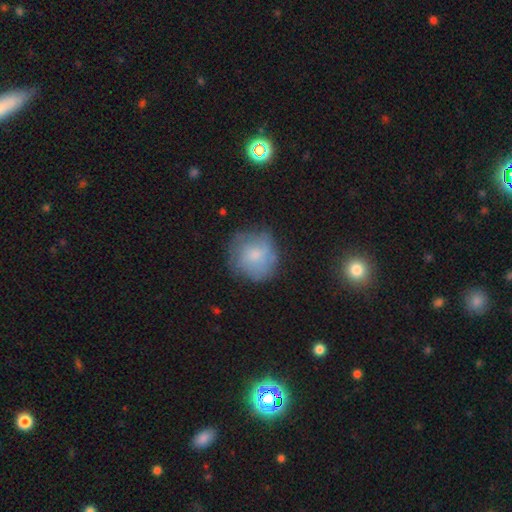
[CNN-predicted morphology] type=smooth (64%); roundness=round (86%); merging=none (66%).